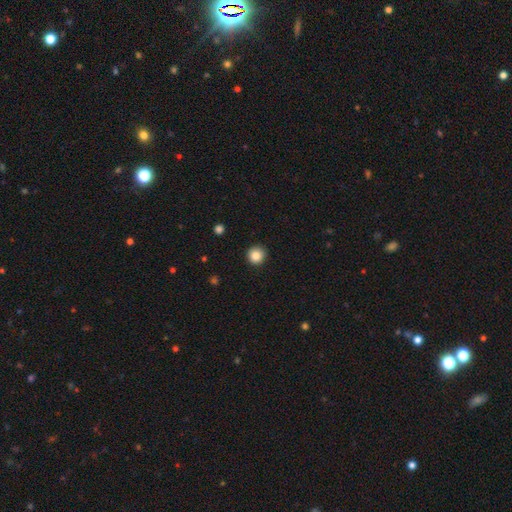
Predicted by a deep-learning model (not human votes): smooth 85%, star or artifact 10%, featured or disk 5%. Down the decision tree: how rounded — round (95%); merging — none (92%).